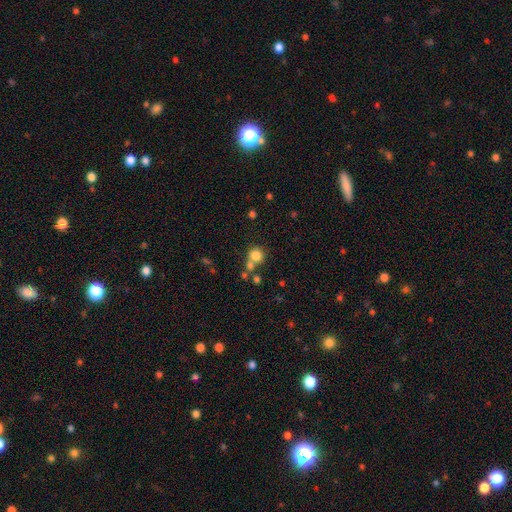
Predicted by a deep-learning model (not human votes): Smooth or featured? smooth (79%)
How rounded? round (89%)
Merging? none (55%)